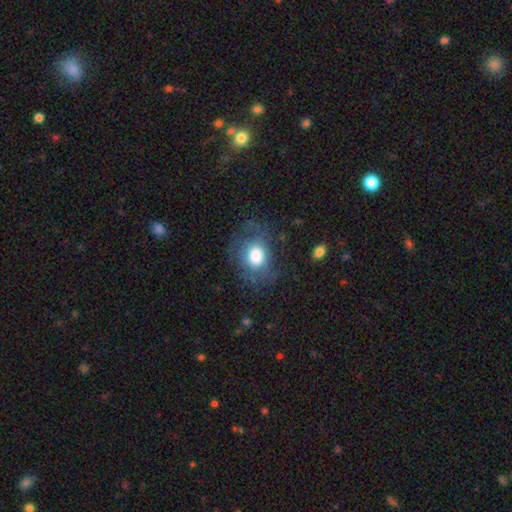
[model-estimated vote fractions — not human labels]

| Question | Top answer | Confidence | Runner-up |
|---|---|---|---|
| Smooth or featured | smooth | 56% | featured or disk (33%) |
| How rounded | round | 55% | in between (44%) |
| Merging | none | 59% | minor disturbance (21%) |